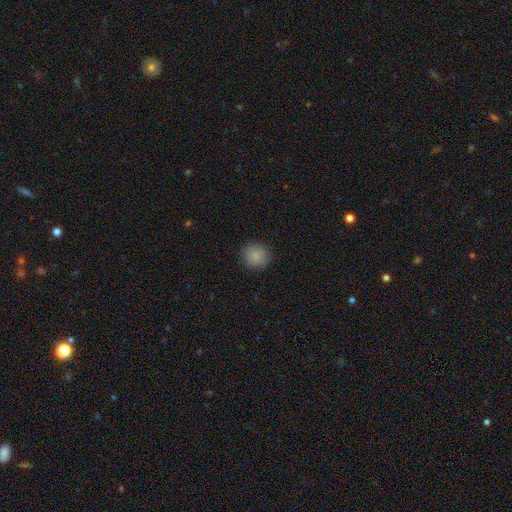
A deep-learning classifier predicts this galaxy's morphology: A smooth galaxy with no disk features (86%) that is round (89%). Merging: none (88%).